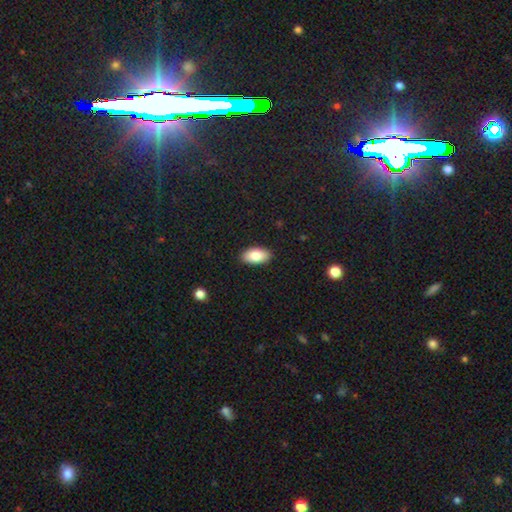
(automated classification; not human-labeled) Smooth or featured? Predicted: smooth (p=0.84). How rounded? Predicted: in between (p=0.94). Merging? Predicted: none (p=0.89).